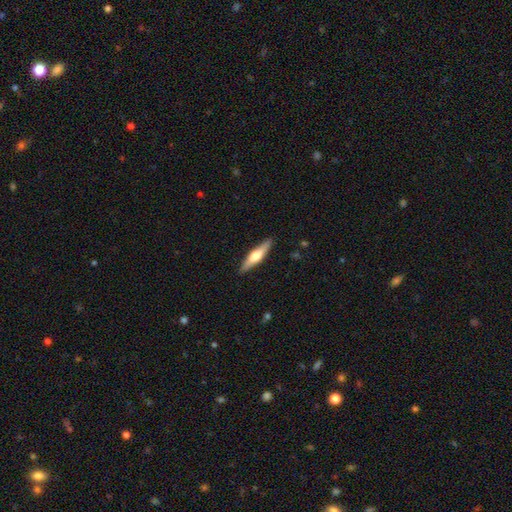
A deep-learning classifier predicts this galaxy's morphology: featured or disk 53%, smooth 42%, star or artifact 5%. Down the decision tree: edge-on disk — yes (94%); edge-on bulge — rounded (91%); merging — none (89%).